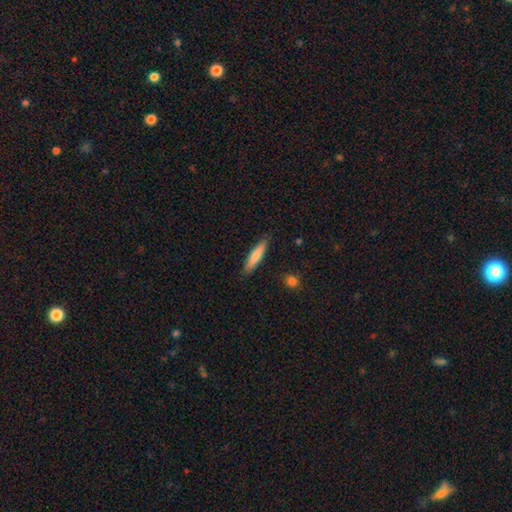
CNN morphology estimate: A smooth galaxy with no disk features (74%) that is cigar-shaped (83%).

Vote fractions:
- Smooth or featured? smooth: 74% / featured or disk: 20% / star or artifact: 6%
- How rounded? cigar-shaped: 83% / in between: 15% / round: 1%
- Merging? none: 88% / minor disturbance: 9% / major disturbance: 2% / merger: 1%